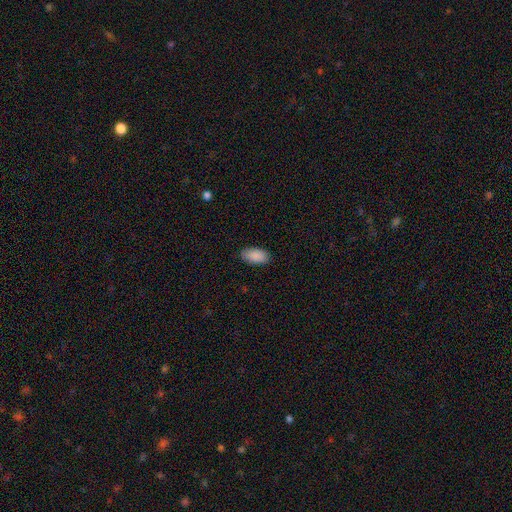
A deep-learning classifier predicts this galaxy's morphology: smooth_or_featured: smooth (p=0.90) [alt: star or artifact p=0.06]
how_rounded: in between (p=0.95) [alt: round p=0.03]
merging: none (p=0.86) [alt: minor disturbance p=0.10]